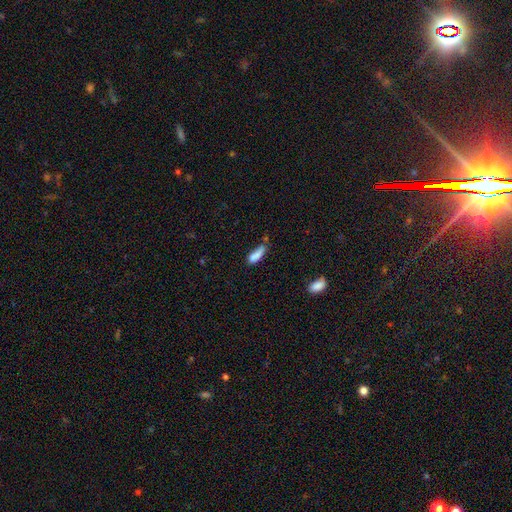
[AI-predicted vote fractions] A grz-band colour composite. It shows a smooth galaxy with no disk features (79%) that is in between round and cigar-shaped (54%). Merging: none (39%).